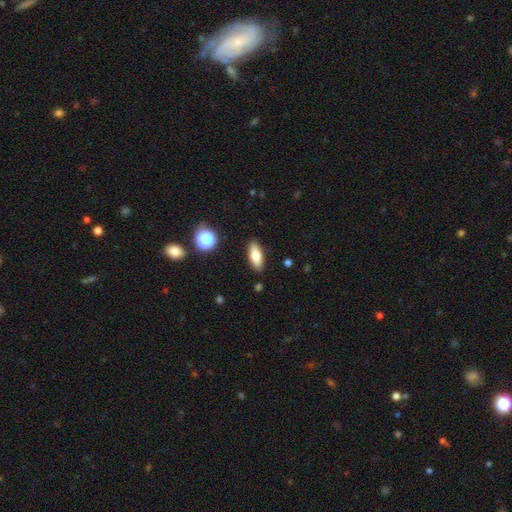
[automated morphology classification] The model was most divided on "how rounded": in between: 71%, cigar-shaped: 26%, round: 4%. More confident: merging — none (88%); smooth or featured — smooth (71%).